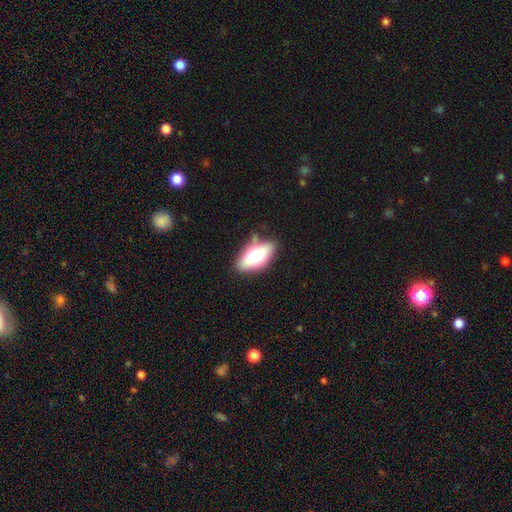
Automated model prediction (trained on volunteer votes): Smooth or featured: smooth — 62% (featured or disk — 30%)
How rounded: in between — 85% (cigar-shaped — 11%)
Merging: none — 76% (minor disturbance — 16%)